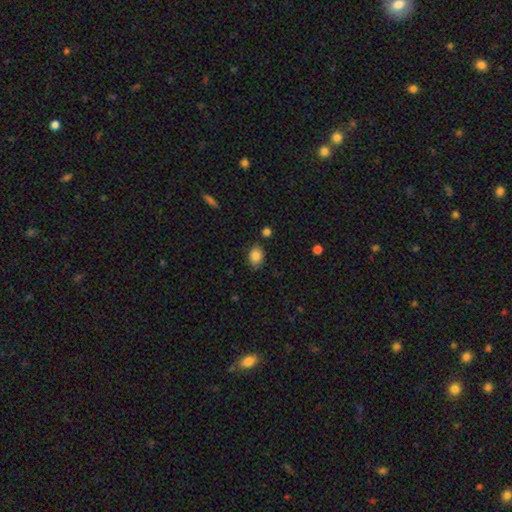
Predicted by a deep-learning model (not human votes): A smooth galaxy with no disk features (86%) that is in between round and cigar-shaped (74%).

Vote fractions:
- Smooth or featured? smooth: 86% / star or artifact: 8% / featured or disk: 5%
- How rounded? in between: 74% / round: 25% / cigar-shaped: 1%
- Merging? none: 80% / minor disturbance: 13% / merger: 3% / major disturbance: 3%